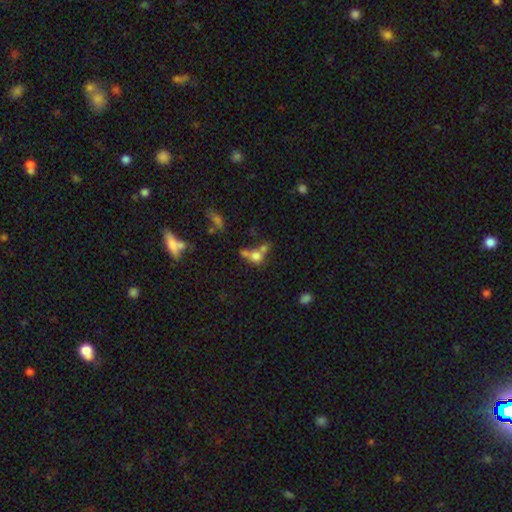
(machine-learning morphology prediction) smooth-or-featured: smooth: 67% | featured or disk: 18% | star or artifact: 15%
  how-rounded: round: 66% | in between: 32% | cigar-shaped: 3%
  merging: merger: 50% | none: 30% | minor disturbance: 11% | major disturbance: 10%